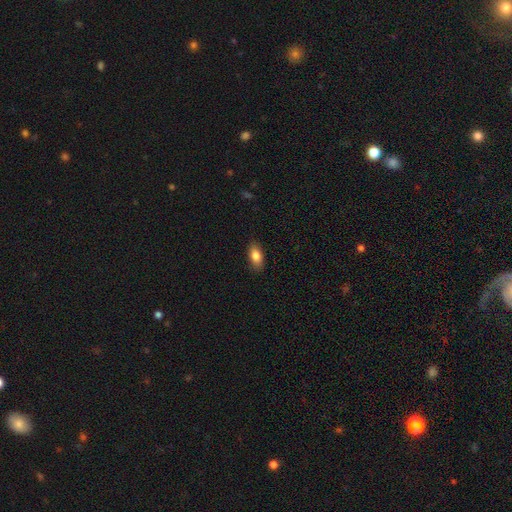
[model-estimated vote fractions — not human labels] smooth_or_featured: smooth (p=0.84) [alt: featured or disk p=0.09]
how_rounded: in between (p=0.89) [alt: cigar-shaped p=0.06]
merging: none (p=0.87) [alt: minor disturbance p=0.10]